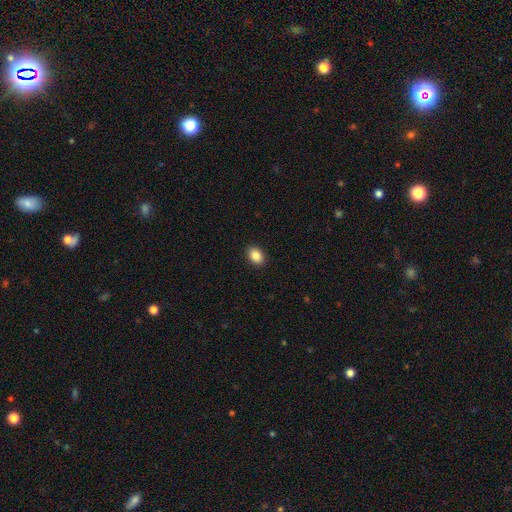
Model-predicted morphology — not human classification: A smooth galaxy with no disk features (87%) that is in between round and cigar-shaped (77%).

Vote fractions:
- Smooth or featured? smooth: 87% / star or artifact: 8% / featured or disk: 4%
- How rounded? in between: 77% / round: 22% / cigar-shaped: 1%
- Merging? none: 91% / minor disturbance: 6% / major disturbance: 2% / merger: 1%